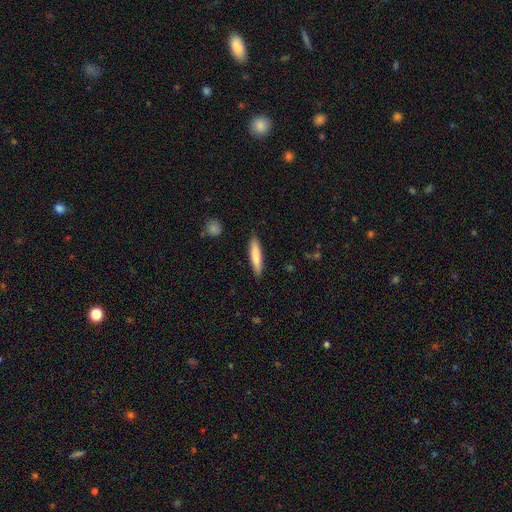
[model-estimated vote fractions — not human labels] The model was most divided on "smooth or featured": smooth: 80%, featured or disk: 15%, star or artifact: 5%. More confident: merging — none (89%); how rounded — cigar-shaped (87%).